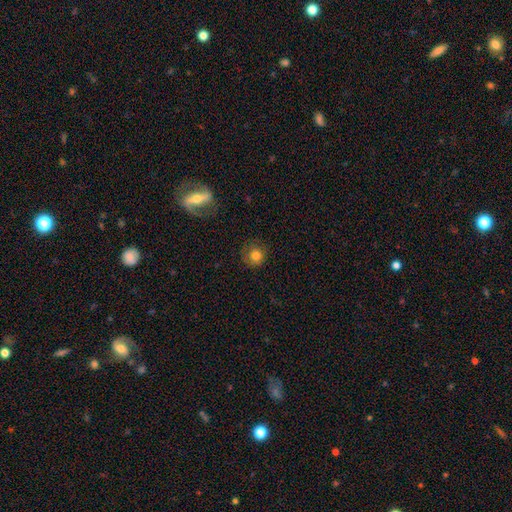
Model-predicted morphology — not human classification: smooth 78%, star or artifact 12%, featured or disk 10%. Down the decision tree: how rounded — round (92%); merging — none (78%).